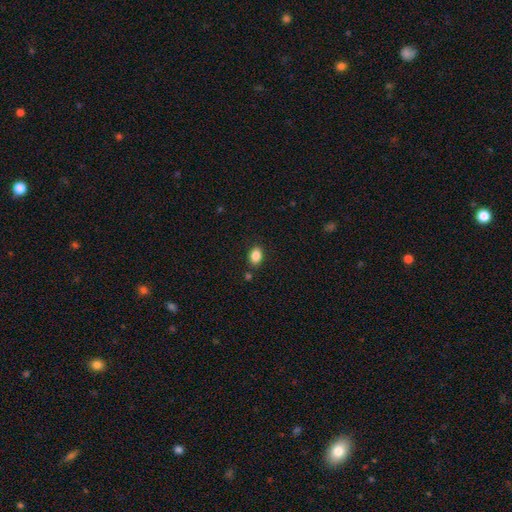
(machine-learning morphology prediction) Q: Smooth or featured?
A: smooth (86%); runner-up: star or artifact (9%)
Q: How rounded?
A: in between (80%); runner-up: round (18%)
Q: Merging?
A: none (84%); runner-up: minor disturbance (10%)